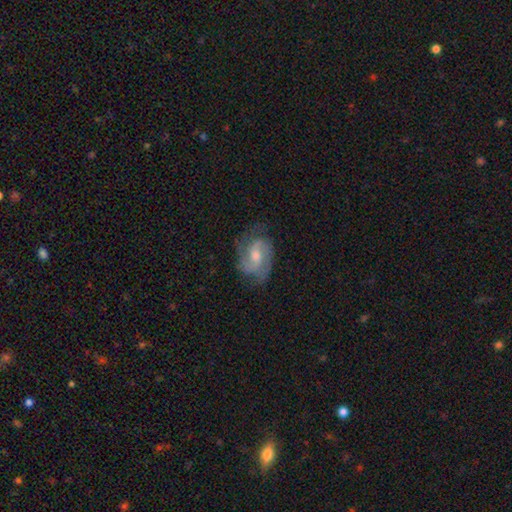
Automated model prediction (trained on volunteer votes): featured or disk 81%, smooth 13%, star or artifact 6%. Down the decision tree: edge-on disk — no (97%); bar — weak (49%); spiral arms — yes (95%); spiral arm count — 2 (68%); spiral winding — medium (51%); bulge size — moderate (59%); merging — none (68%).